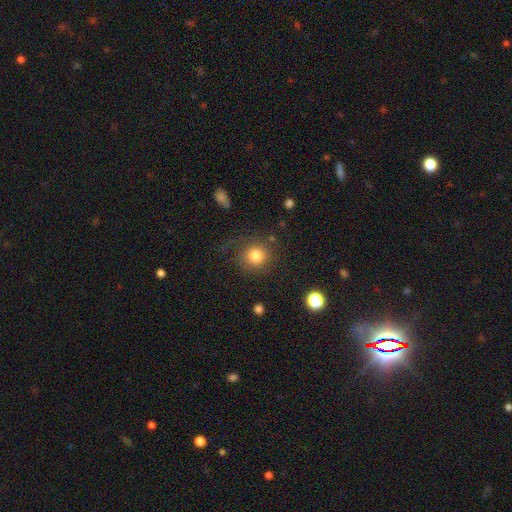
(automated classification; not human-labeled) Overall: smooth (80%). How rounded: round (89%). Merging: none (75%).